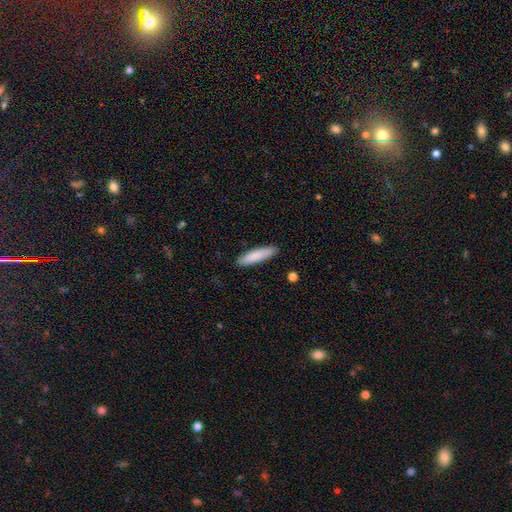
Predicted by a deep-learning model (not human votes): This appears to be a smooth galaxy with no disk features (85%) that is cigar-shaped (77%). Merging: none (89%).